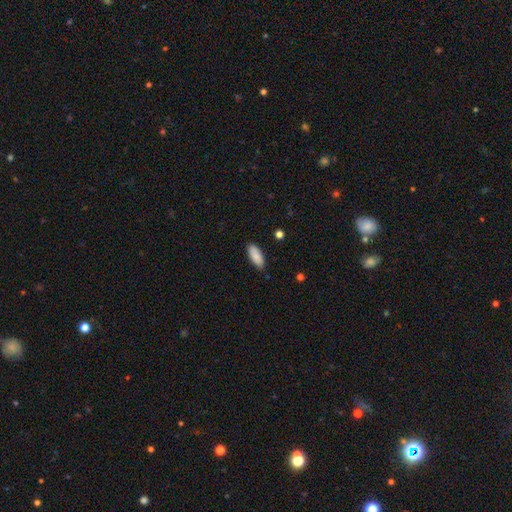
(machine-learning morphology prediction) Smooth or featured: smooth — 87% (featured or disk — 6%)
How rounded: in between — 80% (cigar-shaped — 18%)
Merging: none — 85% (minor disturbance — 11%)